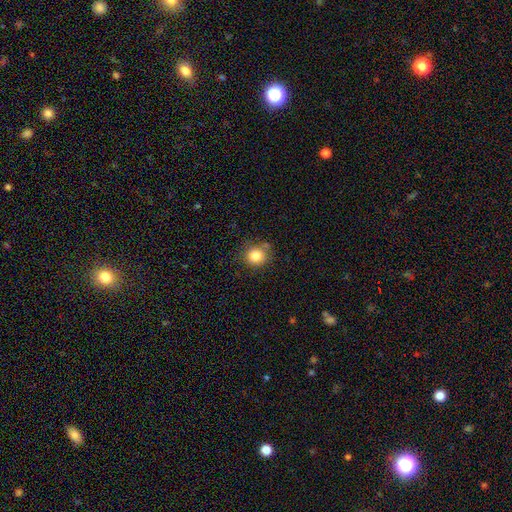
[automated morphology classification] Q: Smooth or featured?
A: smooth (83%); runner-up: star or artifact (11%)
Q: How rounded?
A: round (87%); runner-up: in between (12%)
Q: Merging?
A: none (75%); runner-up: minor disturbance (15%)